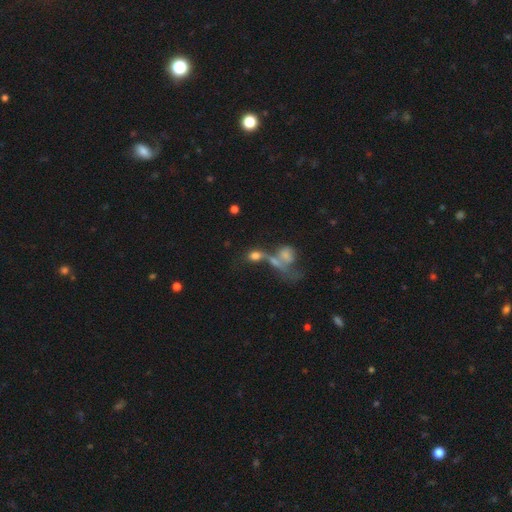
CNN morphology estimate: The model was most divided on "how rounded": in between: 52%, round: 42%, cigar-shaped: 6%. More confident: smooth or featured — smooth (65%); merging — merger (53%).